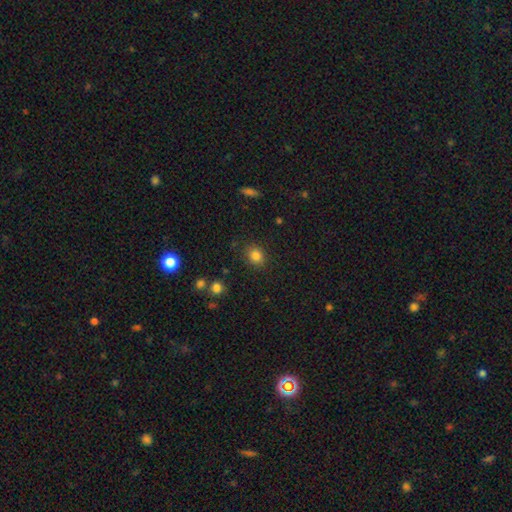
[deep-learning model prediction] Smooth or featured: smooth — 83% (star or artifact — 12%)
How rounded: round — 71% (in between — 28%)
Merging: none — 87% (minor disturbance — 9%)